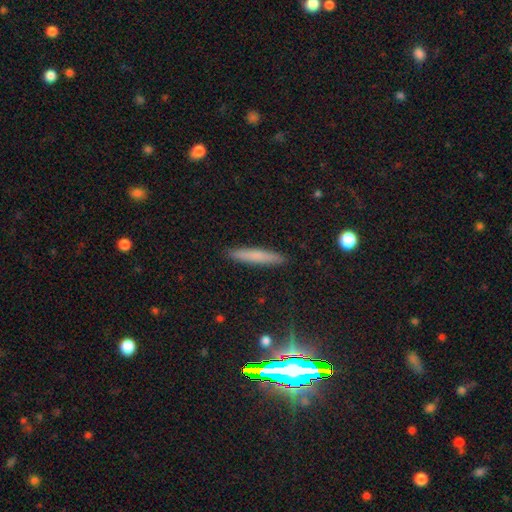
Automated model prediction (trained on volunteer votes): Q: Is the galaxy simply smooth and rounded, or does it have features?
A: smooth — 69%.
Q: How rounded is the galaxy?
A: cigar-shaped — 92%.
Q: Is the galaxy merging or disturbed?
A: none — 90%.